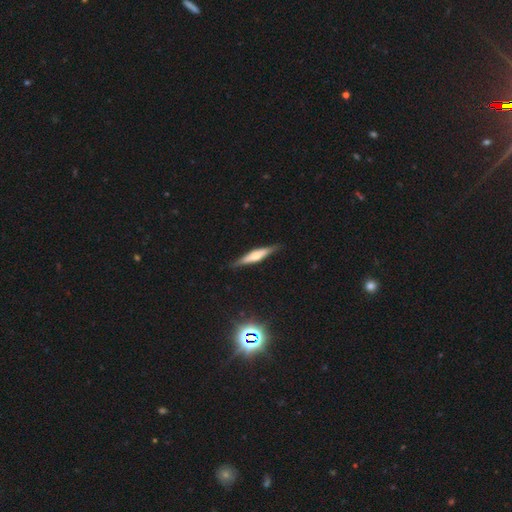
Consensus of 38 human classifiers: smooth_or_featured: featured or disk (p=0.82) [alt: smooth p=0.13]
disk_edge_on: yes (p=0.94) [alt: no p=0.06]
edge_on_bulge: rounded (p=0.83) [alt: boxy p=0.14]
merging: none (p=0.92) [alt: major disturbance p=0.06]